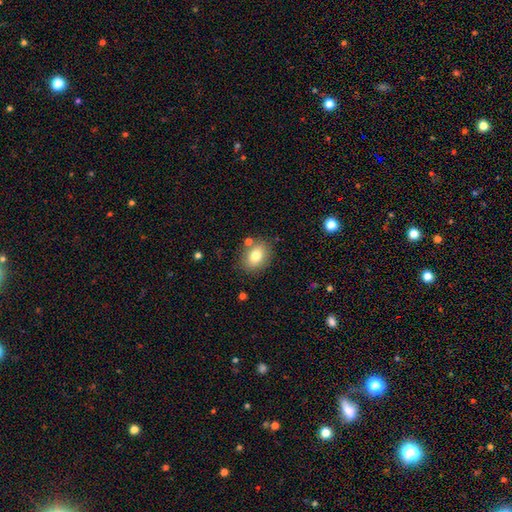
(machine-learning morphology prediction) A smooth galaxy with no disk features (78%) that is in between round and cigar-shaped (64%).

Vote fractions:
- Smooth or featured? smooth: 78% / featured or disk: 13% / star or artifact: 10%
- How rounded? in between: 64% / round: 35% / cigar-shaped: 1%
- Merging? none: 79% / minor disturbance: 12% / merger: 6% / major disturbance: 3%